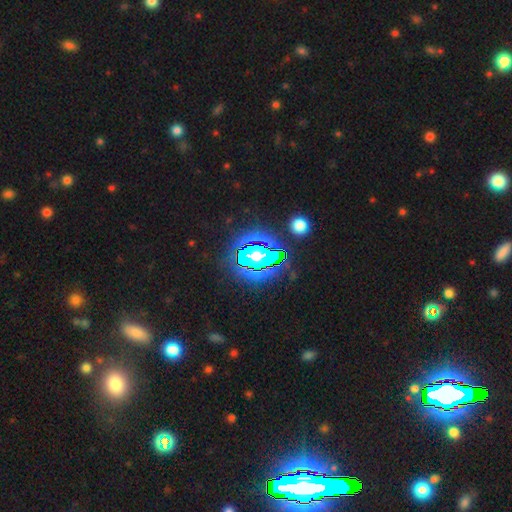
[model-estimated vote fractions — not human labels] This appears to be a star or artifact, not a galaxy (62%).